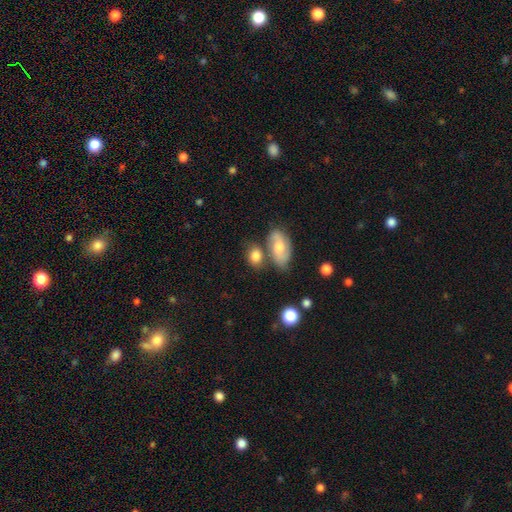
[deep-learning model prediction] A smooth galaxy with no disk features (76%) that is in between round and cigar-shaped (71%).

Vote fractions:
- Smooth or featured? smooth: 76% / featured or disk: 16% / star or artifact: 8%
- How rounded? in between: 71% / round: 26% / cigar-shaped: 3%
- Merging? none: 57% / merger: 21% / minor disturbance: 16% / major disturbance: 5%